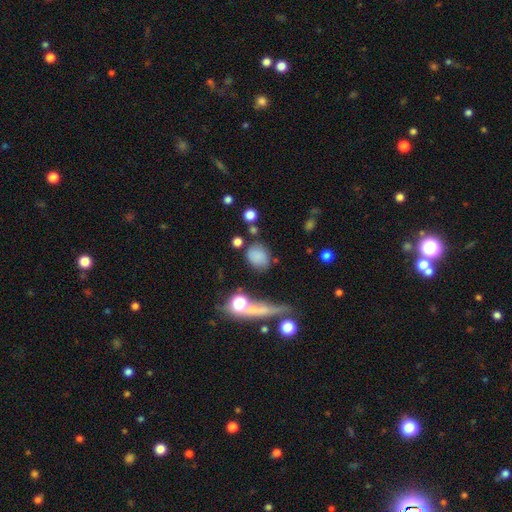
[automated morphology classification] Smooth or featured?
  - smooth: 77% *
  - star or artifact: 14%
  - featured or disk: 10%
How rounded?
  - round: 54% *
  - in between: 43%
  - cigar-shaped: 3%
Merging?
  - none: 67% *
  - minor disturbance: 18%
  - merger: 8%
  - major disturbance: 7%